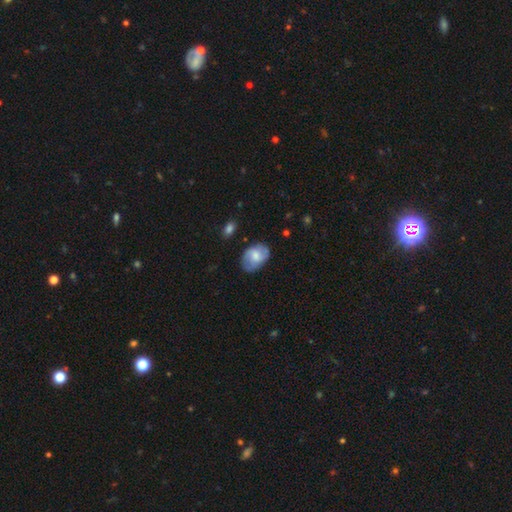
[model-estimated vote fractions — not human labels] Smooth or featured?
  - smooth: 56% *
  - featured or disk: 37%
  - star or artifact: 7%
How rounded?
  - in between: 79% *
  - round: 20%
  - cigar-shaped: 1%
Merging?
  - none: 68% *
  - minor disturbance: 24%
  - major disturbance: 7%
  - merger: 2%